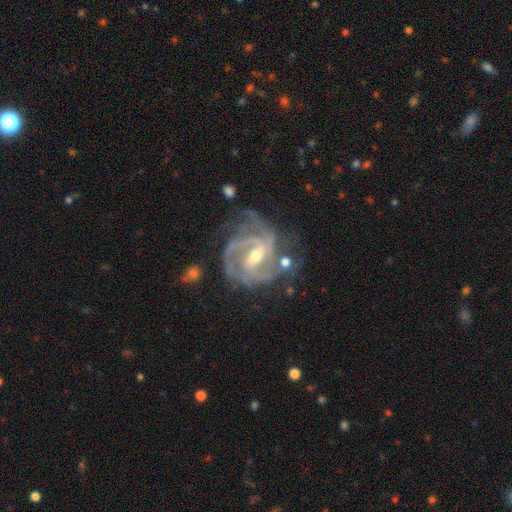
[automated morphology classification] Q: Smooth or featured?
A: featured or disk (92%); runner-up: star or artifact (5%)
Q: Edge-on disk?
A: no (98%); runner-up: yes (2%)
Q: Bar?
A: weak (46%); runner-up: strong (41%)
Q: Spiral arms?
A: yes (98%); runner-up: no (2%)
Q: Spiral winding?
A: tight (48%); runner-up: medium (43%)
Q: Spiral arm count?
A: 3 (38%); runner-up: 2 (28%)
Q: Bulge size?
A: moderate (55%); runner-up: small (40%)
Q: Merging?
A: none (56%); runner-up: minor disturbance (23%)